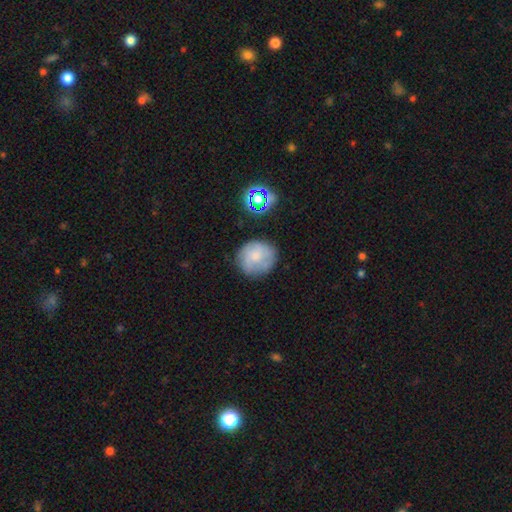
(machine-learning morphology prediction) Smooth or featured? smooth (63%)
How rounded? round (86%)
Merging? none (71%)